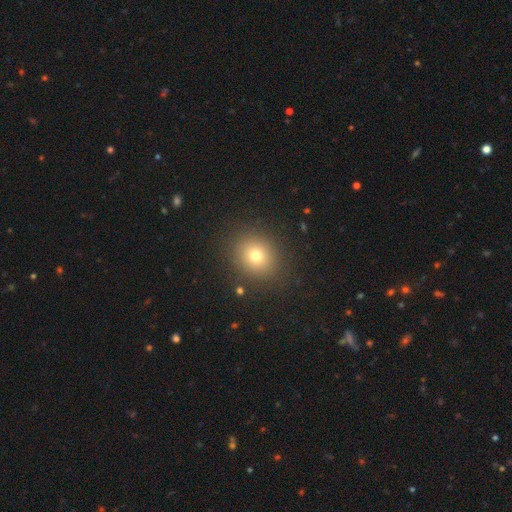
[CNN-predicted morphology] Smooth or featured? Predicted: smooth (p=0.73). How rounded? Predicted: round (p=0.77). Merging? Predicted: none (p=0.88).